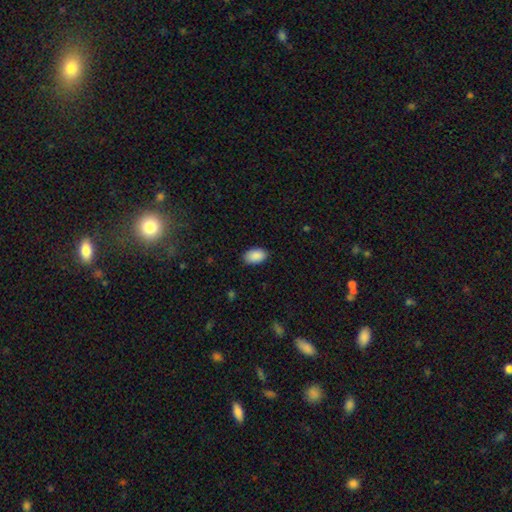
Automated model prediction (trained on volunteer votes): Q: Smooth or featured?
A: smooth (90%); runner-up: star or artifact (7%)
Q: How rounded?
A: in between (93%); runner-up: round (6%)
Q: Merging?
A: none (87%); runner-up: minor disturbance (10%)